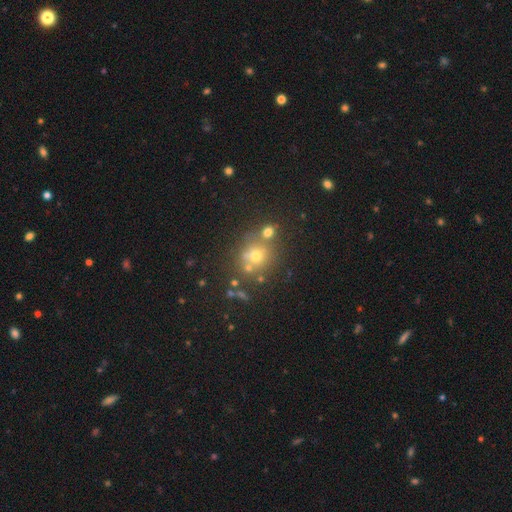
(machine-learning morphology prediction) Smooth or featured: smooth — 57% (star or artifact — 24%)
How rounded: round — 82% (in between — 17%)
Merging: none — 60% (merger — 23%)